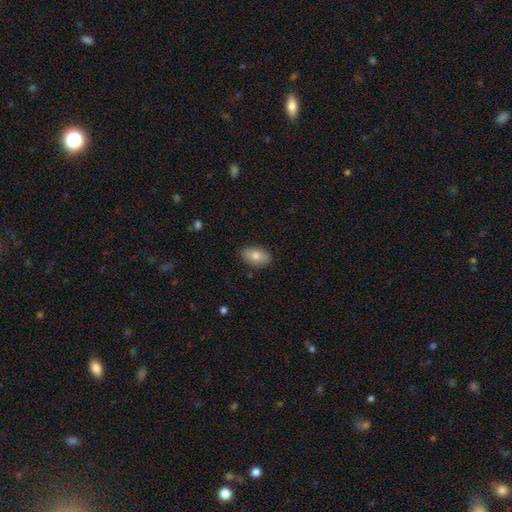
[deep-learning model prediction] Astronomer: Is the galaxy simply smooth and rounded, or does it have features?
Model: smooth — 77%.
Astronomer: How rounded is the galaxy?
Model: in between — 91%.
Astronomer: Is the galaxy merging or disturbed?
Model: none — 86%.